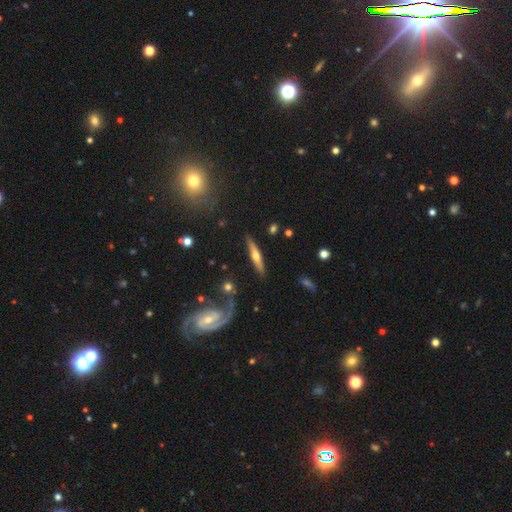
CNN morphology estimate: The model was most divided on "smooth or featured": featured or disk: 58%, smooth: 36%, star or artifact: 6%. More confident: edge-on disk — yes (92%); edge-on bulge — rounded (88%); merging — none (85%).